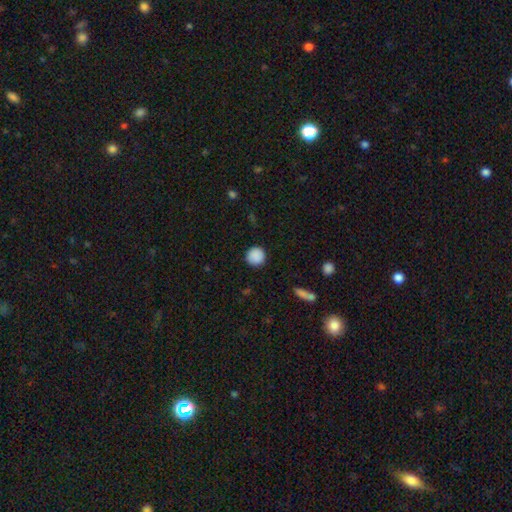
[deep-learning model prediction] smooth_or_featured: smooth (p=0.89) [alt: star or artifact p=0.08]
how_rounded: round (p=0.94) [alt: in between p=0.05]
merging: none (p=0.90) [alt: minor disturbance p=0.07]